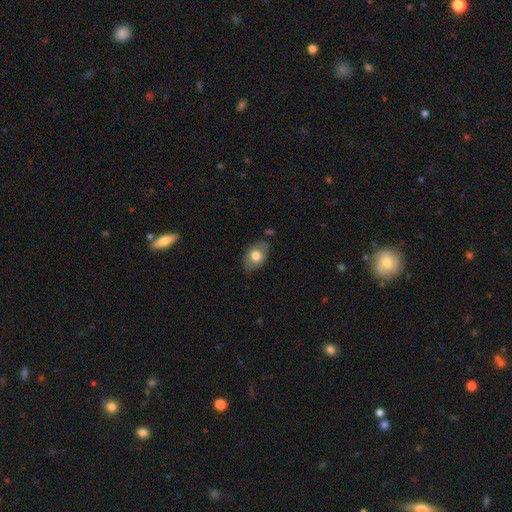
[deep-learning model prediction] The model was most divided on "smooth or featured": smooth: 69%, featured or disk: 25%, star or artifact: 7%. More confident: how rounded — in between (84%); merging — none (72%).